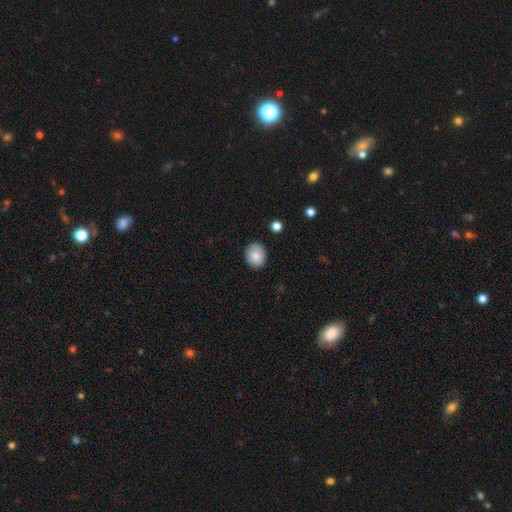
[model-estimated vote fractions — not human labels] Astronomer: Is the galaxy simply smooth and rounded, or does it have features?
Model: smooth — 84%.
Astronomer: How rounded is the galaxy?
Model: round — 65%.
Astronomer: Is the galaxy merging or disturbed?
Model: none — 86%.